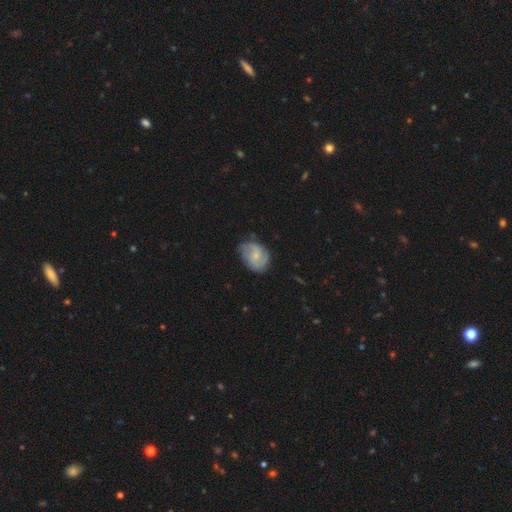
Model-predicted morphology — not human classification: A featured or disk galaxy (52%) with no bar (65%), spiral arms (82%) and a small central bulge (65%). Merging: none (59%).